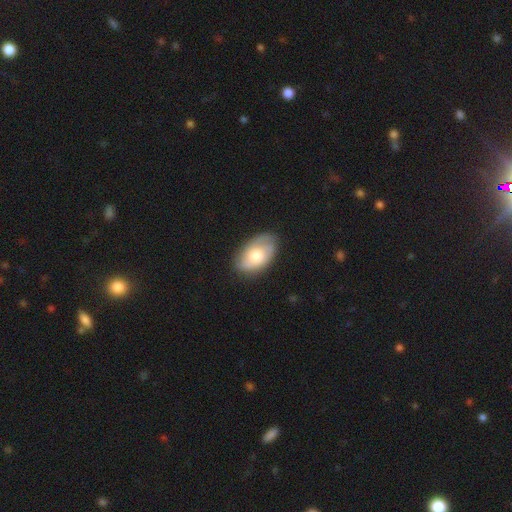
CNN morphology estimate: type=smooth (53%); roundness=in between (92%); merging=none (74%).